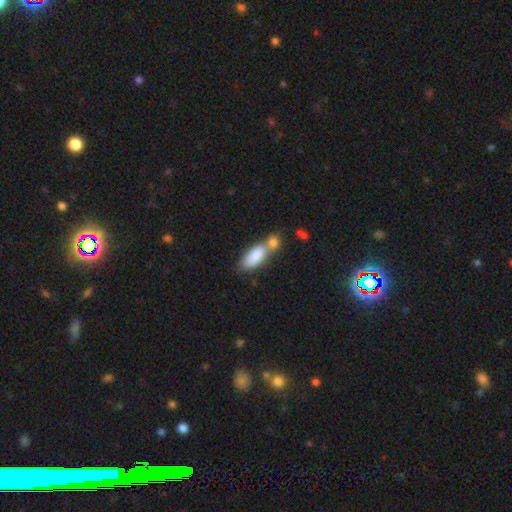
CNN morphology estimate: Smooth or featured? Predicted: smooth (p=0.82). How rounded? Predicted: in between (p=0.77). Merging? Predicted: merger (p=0.51).